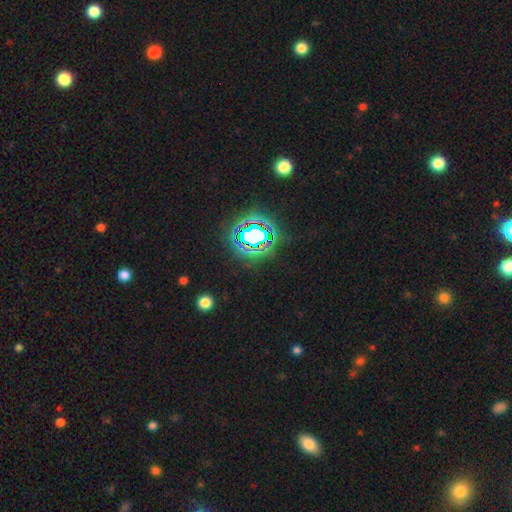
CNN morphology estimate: smooth-or-featured: star or artifact: 81% | smooth: 12% | featured or disk: 7%